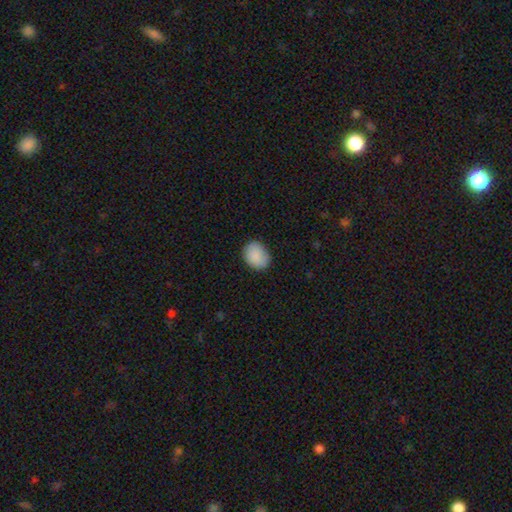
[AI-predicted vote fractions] Smooth or featured?
  - smooth: 88% *
  - star or artifact: 7%
  - featured or disk: 5%
How rounded?
  - in between: 50% *
  - round: 49%
  - cigar-shaped: 1%
Merging?
  - none: 80% *
  - minor disturbance: 16%
  - major disturbance: 3%
  - merger: 1%